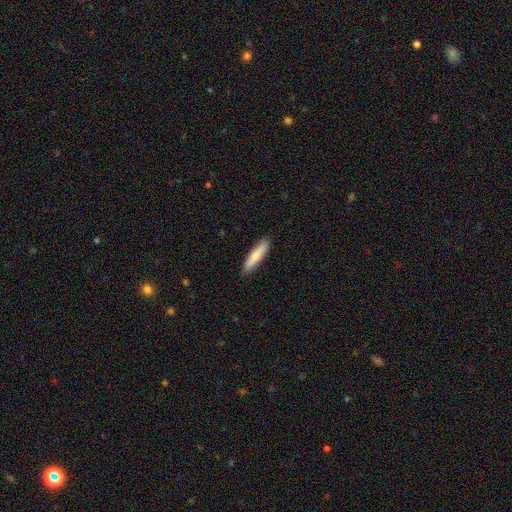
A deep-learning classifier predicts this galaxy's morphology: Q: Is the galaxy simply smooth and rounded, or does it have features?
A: smooth — 77%.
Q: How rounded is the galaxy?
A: cigar-shaped — 82%.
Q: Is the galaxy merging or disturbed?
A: none — 88%.